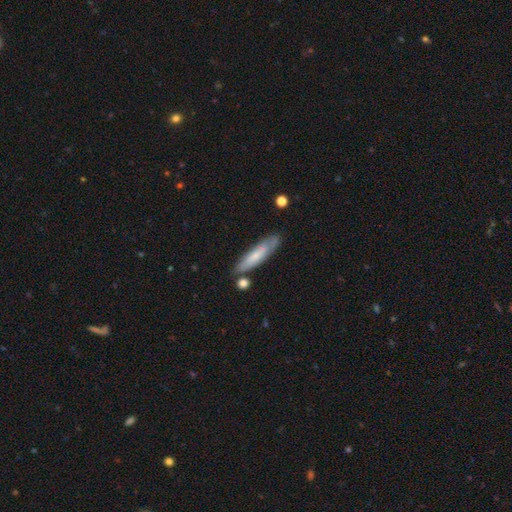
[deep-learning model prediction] Smooth or featured? Predicted: smooth (p=0.61). How rounded? Predicted: cigar-shaped (p=0.78). Merging? Predicted: none (p=0.72).